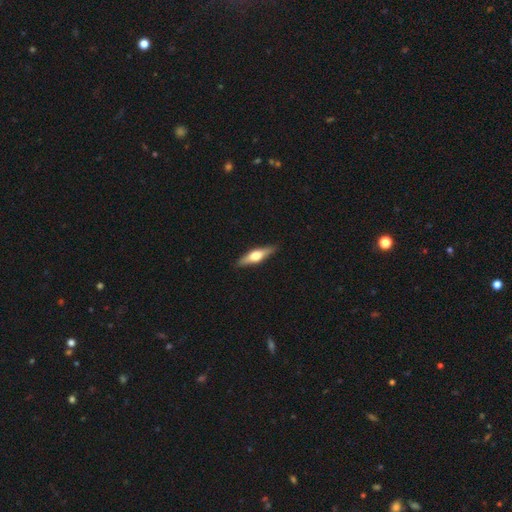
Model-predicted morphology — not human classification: type=featured or disk (62%); edge-on=yes (96%); edge-on bulge=rounded (93%); merging=none (90%).